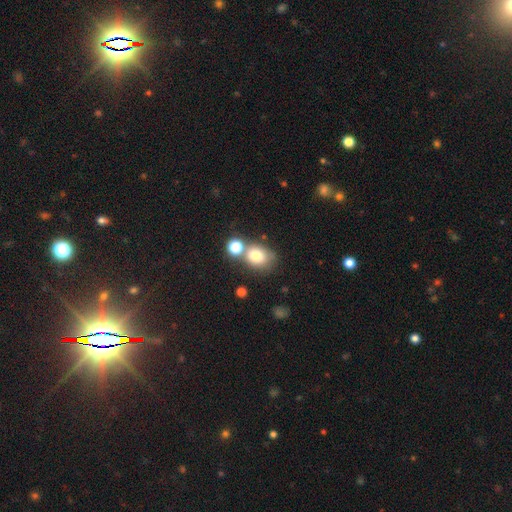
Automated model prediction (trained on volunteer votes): smooth-or-featured: smooth: 78% | star or artifact: 11% | featured or disk: 11%
  how-rounded: round: 54% | in between: 45% | cigar-shaped: 1%
  merging: none: 46% | merger: 34% | minor disturbance: 13% | major disturbance: 6%